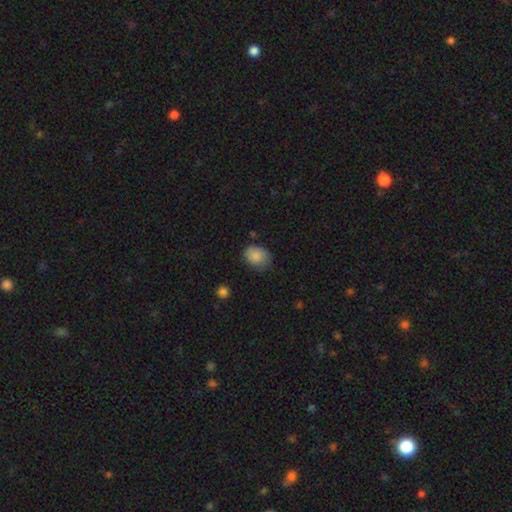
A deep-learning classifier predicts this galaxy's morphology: Q: Smooth or featured?
A: smooth (86%); runner-up: star or artifact (8%)
Q: How rounded?
A: round (50%); runner-up: in between (49%)
Q: Merging?
A: none (62%); runner-up: minor disturbance (29%)